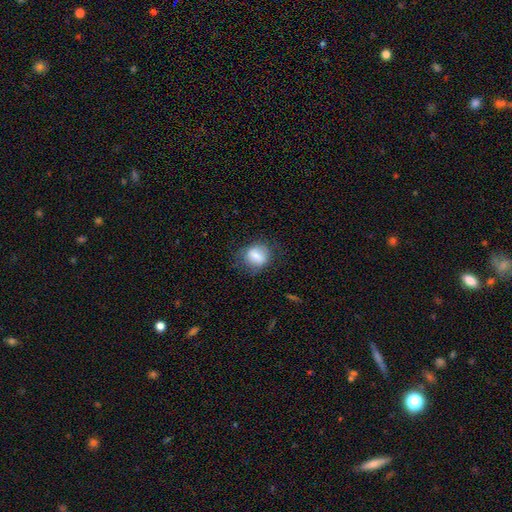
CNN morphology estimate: Smooth or featured: smooth — 72% (featured or disk — 19%)
How rounded: round — 66% (in between — 33%)
Merging: none — 70% (minor disturbance — 20%)